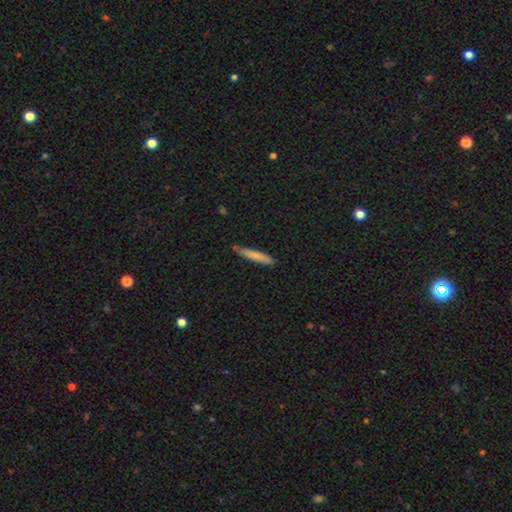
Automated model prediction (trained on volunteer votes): The model was most divided on "smooth or featured": smooth: 79%, featured or disk: 14%, star or artifact: 6%. More confident: how rounded — cigar-shaped (91%); merging — none (83%).